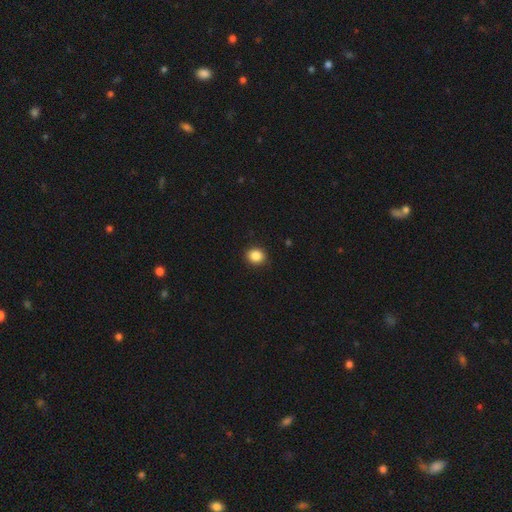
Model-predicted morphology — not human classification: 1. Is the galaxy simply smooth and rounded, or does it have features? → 86% smooth, 10% star or artifact, 4% featured or disk.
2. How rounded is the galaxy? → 70% round, 29% in between, 1% cigar-shaped.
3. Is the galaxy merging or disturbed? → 89% none, 8% minor disturbance, 2% major disturbance, 1% merger.